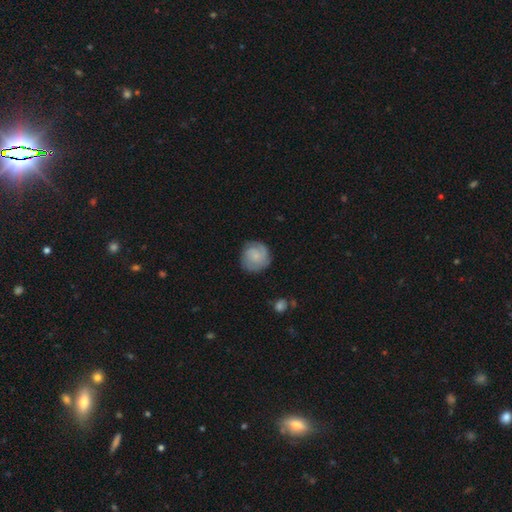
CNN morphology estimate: A featured or disk galaxy (51%).

Vote fractions:
- Smooth or featured? featured or disk: 51% / smooth: 42% / star or artifact: 7%
- Edge-on disk? no: 98% / yes: 2%
- Merging? none: 80% / minor disturbance: 14% / major disturbance: 4% / merger: 1%